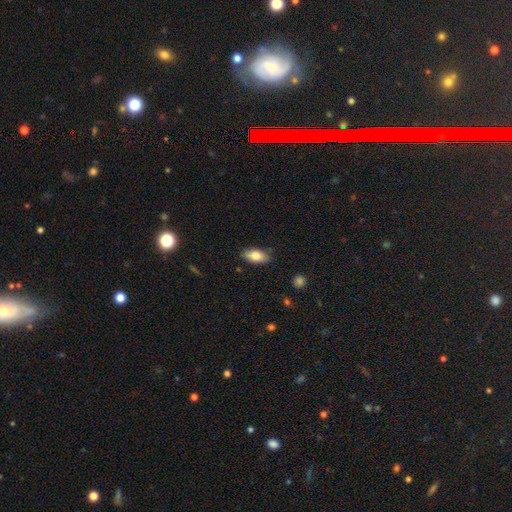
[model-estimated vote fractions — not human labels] Smooth or featured?
  - smooth: 81% *
  - featured or disk: 12%
  - star or artifact: 7%
How rounded?
  - in between: 90% *
  - cigar-shaped: 7%
  - round: 3%
Merging?
  - none: 82% *
  - minor disturbance: 14%
  - major disturbance: 2%
  - merger: 1%